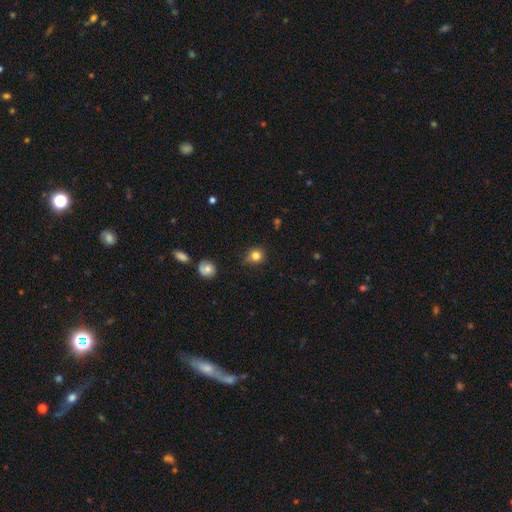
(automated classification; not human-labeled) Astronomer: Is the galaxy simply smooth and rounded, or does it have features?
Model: smooth — 82%.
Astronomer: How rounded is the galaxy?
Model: round — 87%.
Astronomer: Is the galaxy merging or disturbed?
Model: none — 76%.